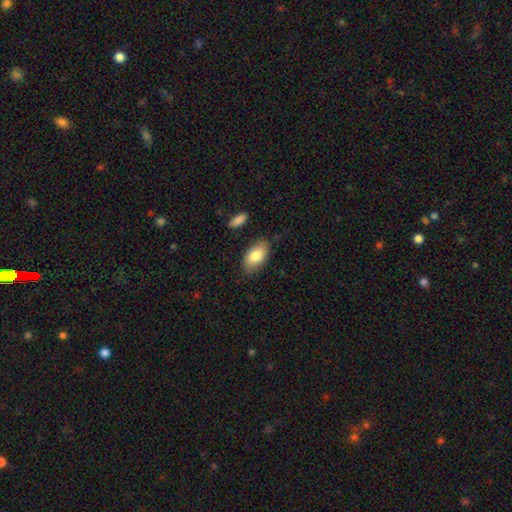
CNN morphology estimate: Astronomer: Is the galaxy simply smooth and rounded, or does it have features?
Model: smooth — 82%.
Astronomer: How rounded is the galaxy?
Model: in between — 93%.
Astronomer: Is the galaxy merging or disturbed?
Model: none — 80%.